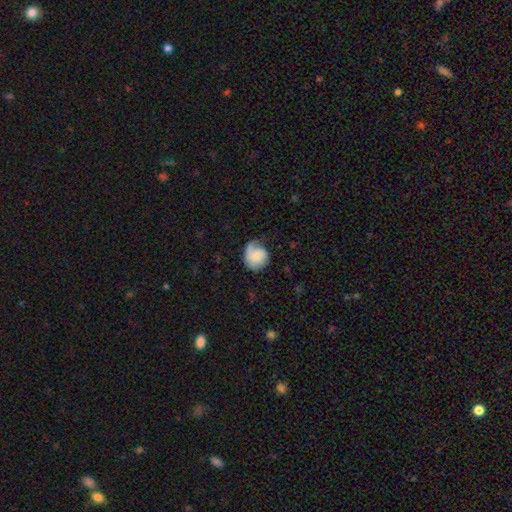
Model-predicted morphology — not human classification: This appears to be a smooth galaxy with no disk features (60%) that is round (76%). Merging: none (48%).